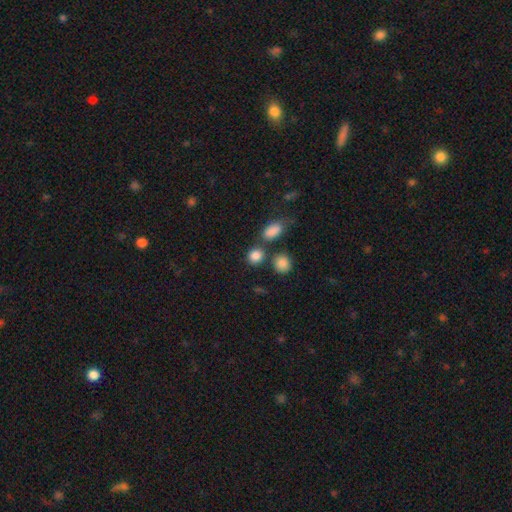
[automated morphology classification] This appears to be a smooth galaxy with no disk features (85%) that is round (72%). Merging: none (66%).